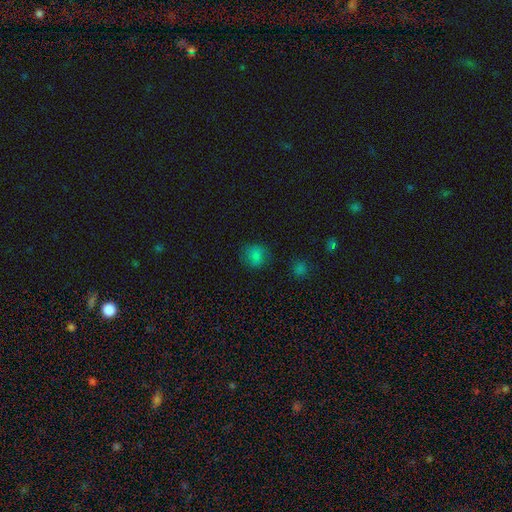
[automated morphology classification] Overall: smooth (80%). How rounded: round (83%). Merging: none (78%).